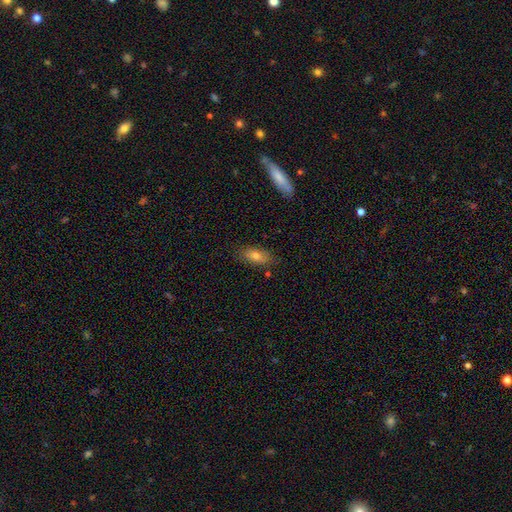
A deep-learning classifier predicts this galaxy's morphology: A smooth galaxy with no disk features (70%) that is in between round and cigar-shaped (78%). Merging: none (82%).